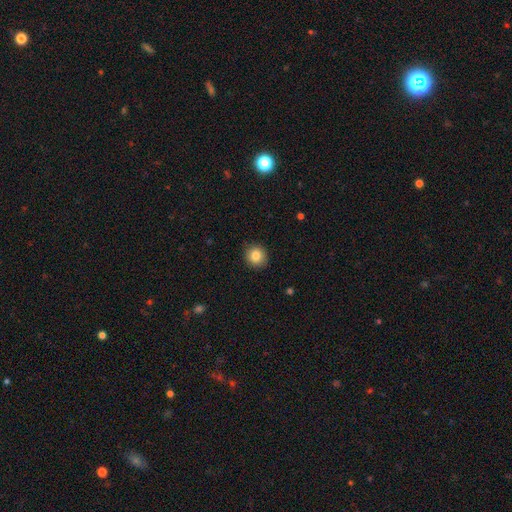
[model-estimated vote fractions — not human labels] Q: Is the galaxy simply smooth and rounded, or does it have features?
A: smooth — 84%.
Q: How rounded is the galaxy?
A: round — 89%.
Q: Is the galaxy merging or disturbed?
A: none — 90%.